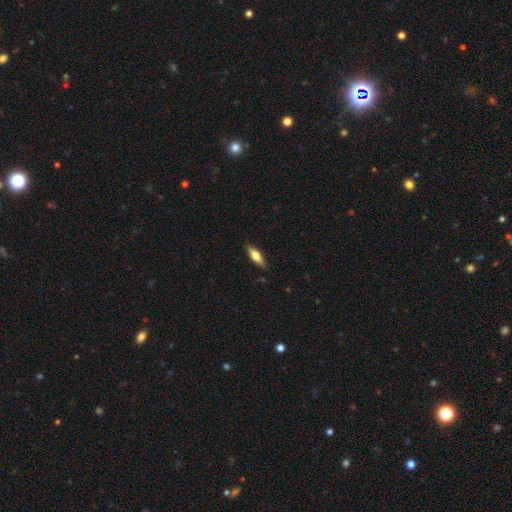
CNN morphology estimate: This appears to be a smooth galaxy with no disk features (60%) that is in between round and cigar-shaped (55%). Merging: none (85%).